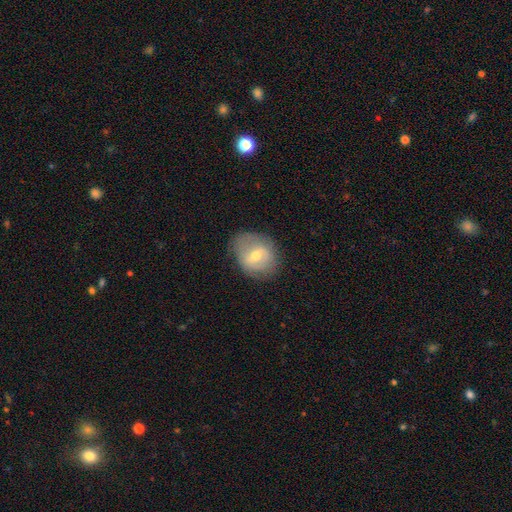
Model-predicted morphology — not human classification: Smooth or featured?
  - featured or disk: 47% *
  - smooth: 46%
  - star or artifact: 8%
Merging?
  - none: 68% *
  - minor disturbance: 23%
  - major disturbance: 8%
  - merger: 1%